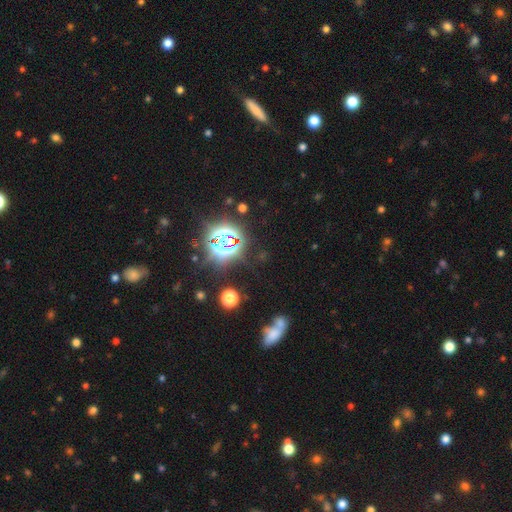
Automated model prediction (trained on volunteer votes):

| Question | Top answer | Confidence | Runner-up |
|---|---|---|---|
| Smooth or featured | star or artifact | 74% | smooth (17%) |